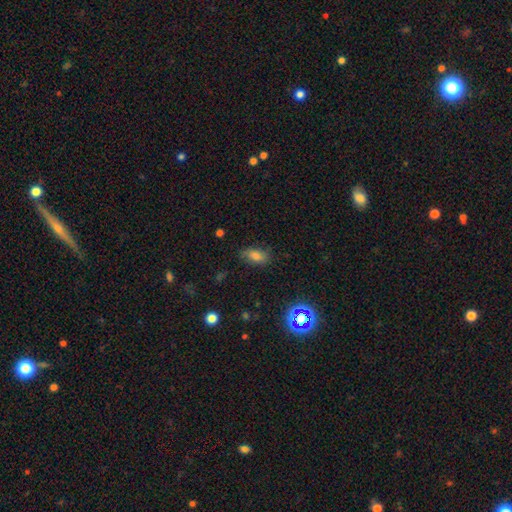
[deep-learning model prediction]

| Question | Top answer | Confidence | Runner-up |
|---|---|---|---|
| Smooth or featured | smooth | 72% | star or artifact (17%) |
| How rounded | in between | 87% | round (8%) |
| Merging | none | 72% | minor disturbance (21%) |